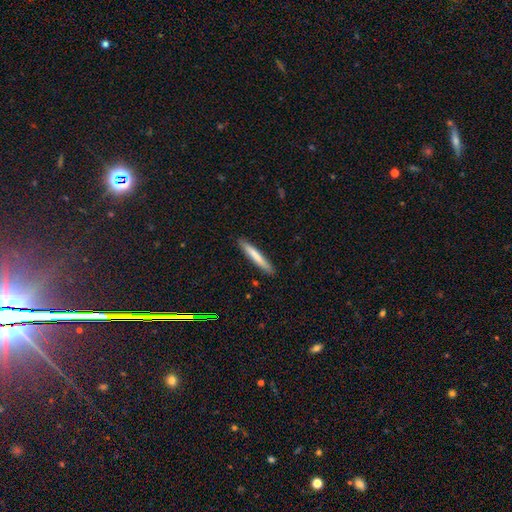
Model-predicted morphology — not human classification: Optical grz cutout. It shows a smooth galaxy with no disk features (73%) that is cigar-shaped (95%). Merging: none (90%).